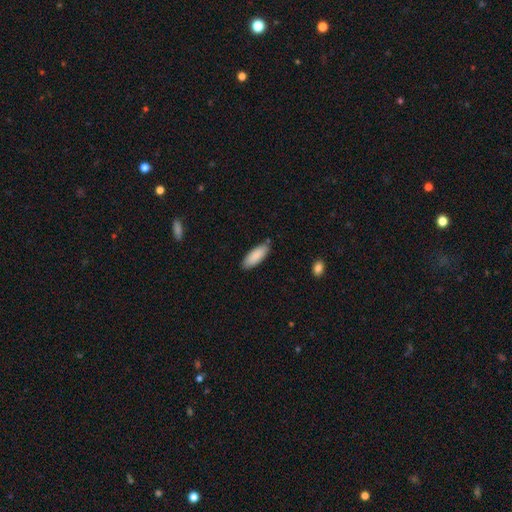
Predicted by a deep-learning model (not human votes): This appears to be a smooth galaxy with no disk features (89%) that is in between round and cigar-shaped (72%). Merging: none (82%).